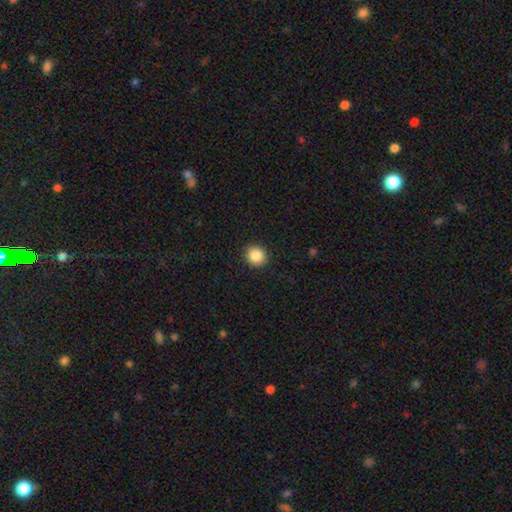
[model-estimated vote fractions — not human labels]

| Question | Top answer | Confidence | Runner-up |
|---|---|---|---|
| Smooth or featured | smooth | 86% | star or artifact (9%) |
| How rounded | round | 90% | in between (9%) |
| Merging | none | 92% | minor disturbance (5%) |